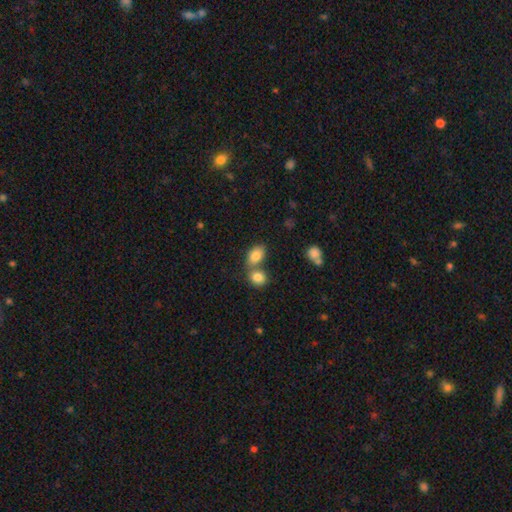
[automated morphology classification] Overall: smooth (83%). How rounded: in between (85%). Merging: none (44%; merger 43%).